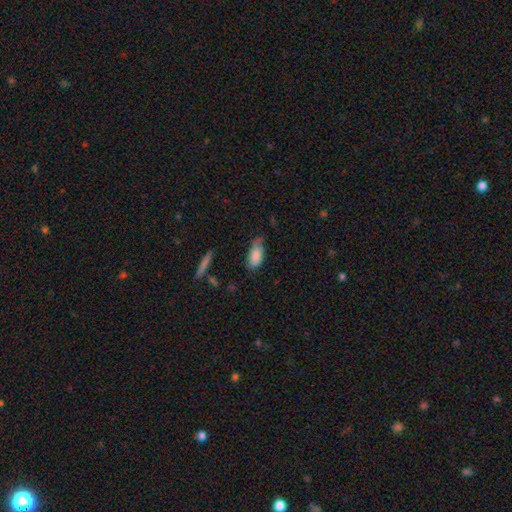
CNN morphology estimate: smooth-or-featured: smooth: 84% | featured or disk: 9% | star or artifact: 7%
  how-rounded: in between: 88% | cigar-shaped: 9% | round: 3%
  merging: none: 49% | minor disturbance: 39% | major disturbance: 10% | merger: 2%